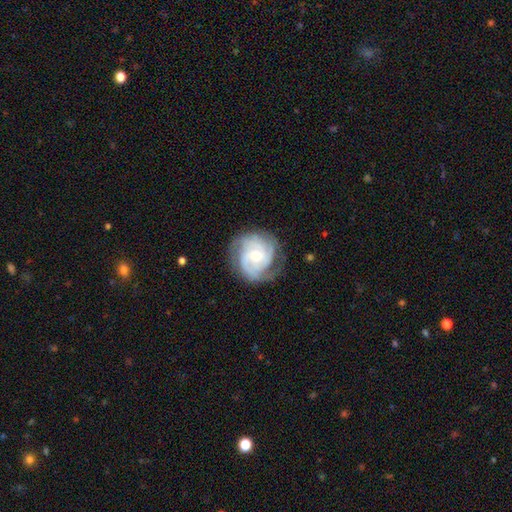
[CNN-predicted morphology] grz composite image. It shows a featured or disk galaxy (82%) with no bar (69%), 3 (30%) tight (58%) spiral arms (94%) and a moderate central bulge (56%). Merging: none (70%).